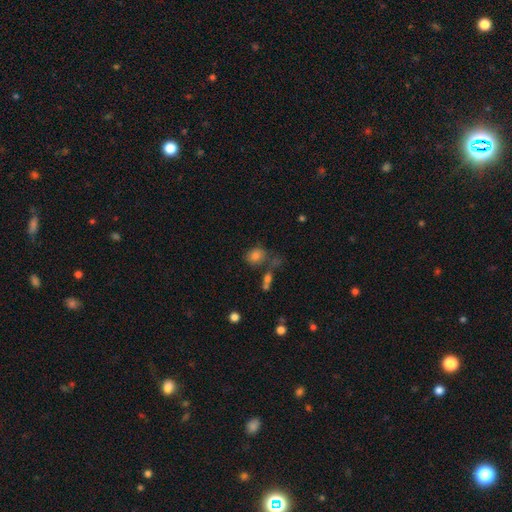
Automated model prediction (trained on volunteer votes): Smooth or featured? smooth (78%)
How rounded? round (51%)
Merging? none (60%)